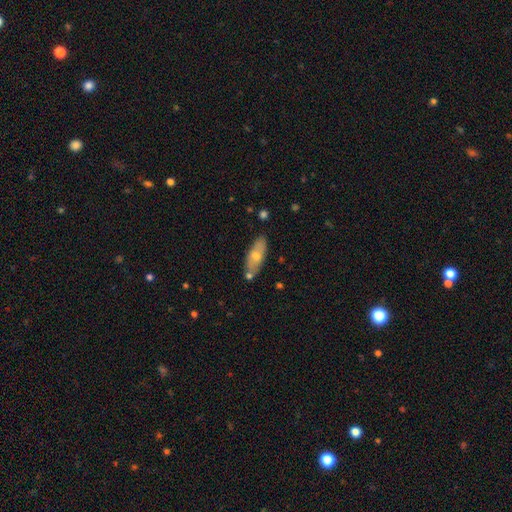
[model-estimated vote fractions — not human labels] Q: Smooth or featured?
A: smooth (57%); runner-up: featured or disk (37%)
Q: How rounded?
A: in between (65%); runner-up: cigar-shaped (32%)
Q: Merging?
A: none (76%); runner-up: minor disturbance (15%)